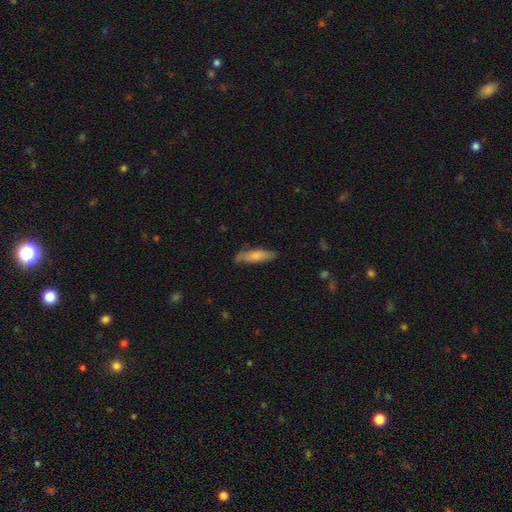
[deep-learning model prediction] smooth_or_featured: smooth (p=0.71) [alt: featured or disk p=0.23]
how_rounded: cigar-shaped (p=0.64) [alt: in between p=0.34]
merging: none (p=0.73) [alt: minor disturbance p=0.21]